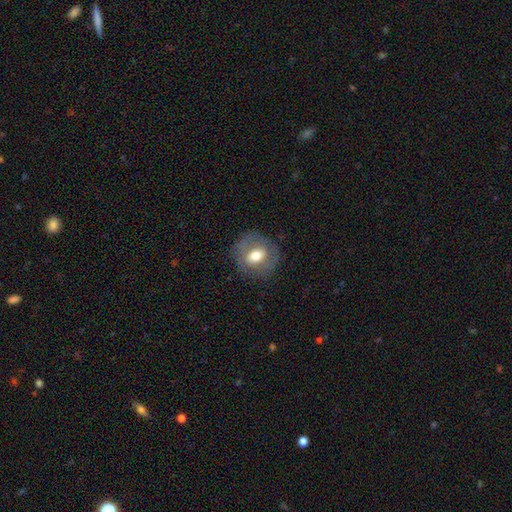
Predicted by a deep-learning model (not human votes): Q: Smooth or featured?
A: smooth (55%); runner-up: featured or disk (37%)
Q: How rounded?
A: round (69%); runner-up: in between (30%)
Q: Merging?
A: none (78%); runner-up: minor disturbance (14%)